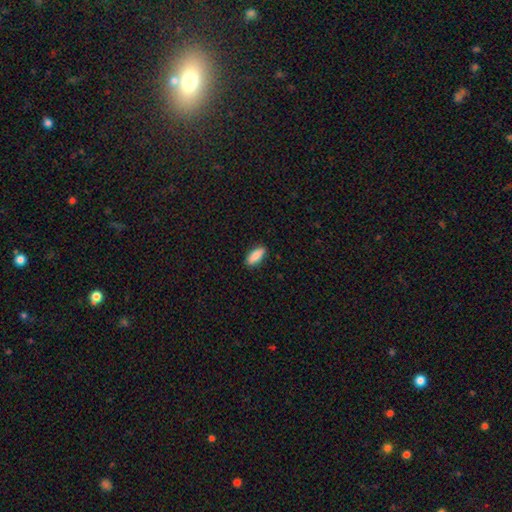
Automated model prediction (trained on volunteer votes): Smooth or featured?
  - smooth: 89% *
  - star or artifact: 6%
  - featured or disk: 5%
How rounded?
  - in between: 76% *
  - cigar-shaped: 22%
  - round: 2%
Merging?
  - none: 89% *
  - minor disturbance: 8%
  - major disturbance: 2%
  - merger: 1%